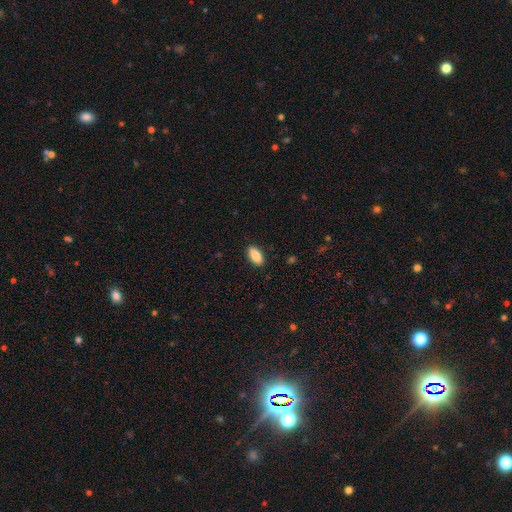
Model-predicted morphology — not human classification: Q: Smooth or featured?
A: smooth (88%); runner-up: star or artifact (7%)
Q: How rounded?
A: in between (91%); runner-up: cigar-shaped (7%)
Q: Merging?
A: none (88%); runner-up: minor disturbance (9%)